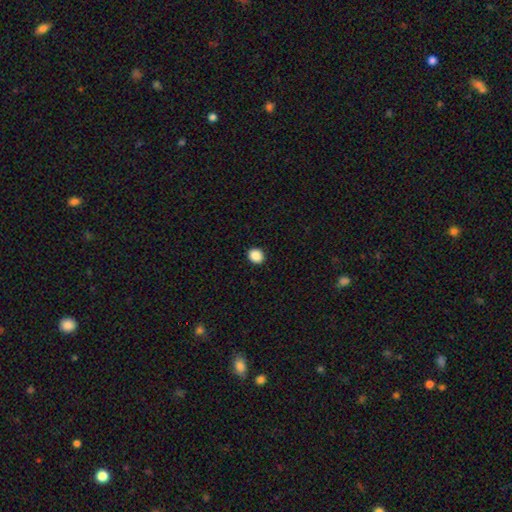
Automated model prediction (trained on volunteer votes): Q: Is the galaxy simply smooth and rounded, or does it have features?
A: smooth — 88%.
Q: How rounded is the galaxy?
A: round — 70%.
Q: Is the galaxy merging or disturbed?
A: none — 92%.